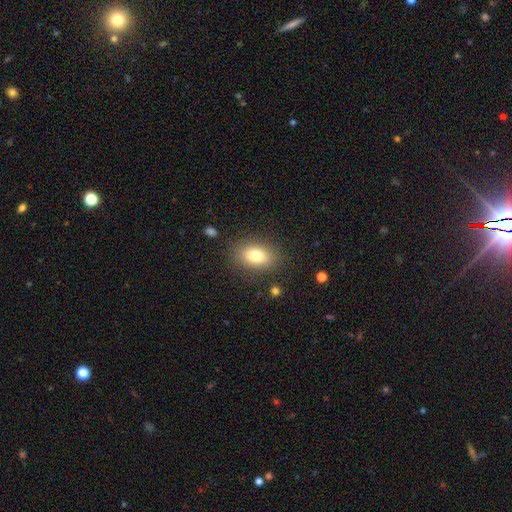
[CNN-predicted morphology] type=smooth (79%); roundness=in between (81%); merging=none (84%).